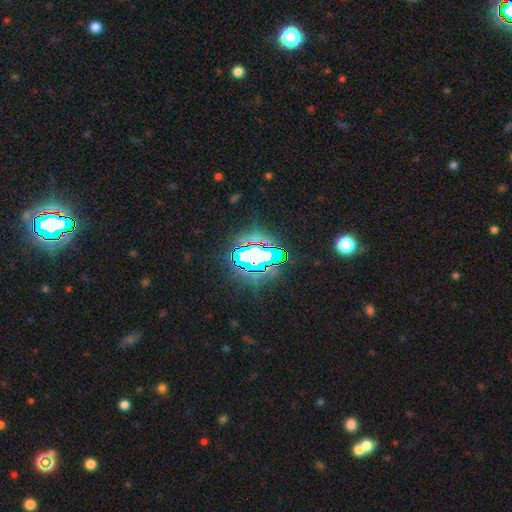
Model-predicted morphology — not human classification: A star or artifact, not a galaxy (65%).

Vote fractions:
- Smooth or featured? star or artifact: 65% / smooth: 19% / featured or disk: 16%